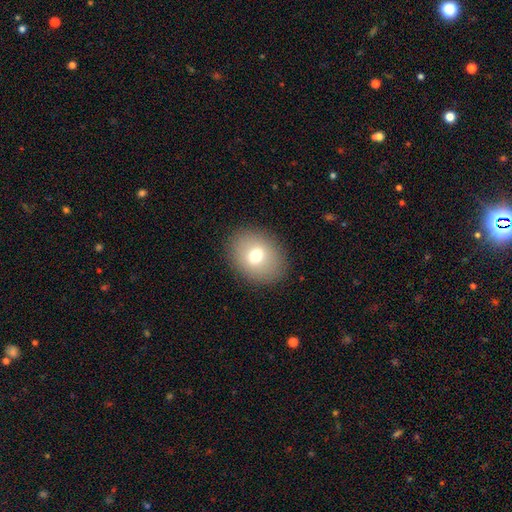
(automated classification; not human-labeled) Morphology: type=smooth (71%); roundness=in between (57%); merging=none (88%).